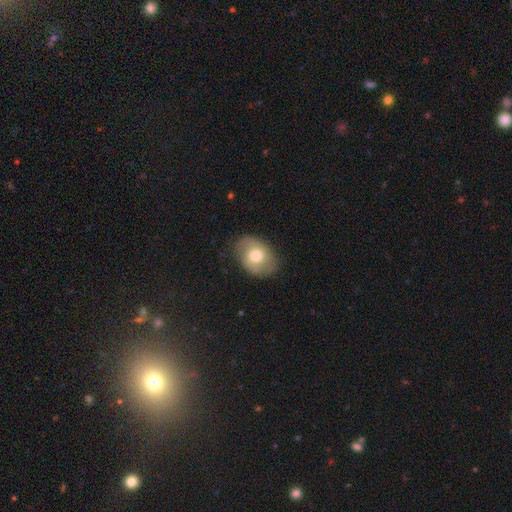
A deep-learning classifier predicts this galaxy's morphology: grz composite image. It shows a smooth galaxy with no disk features (60%) that is in between round and cigar-shaped (75%). Merging: none (77%).